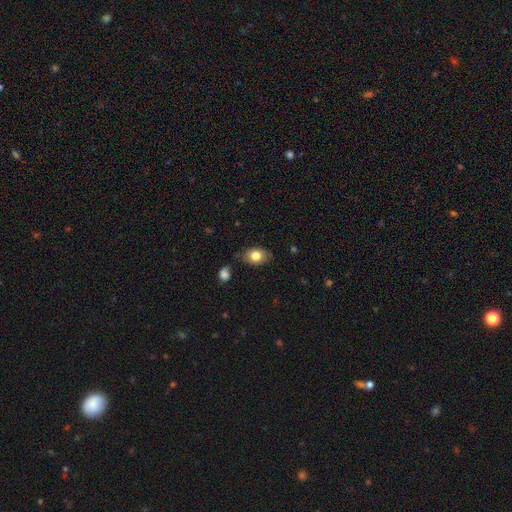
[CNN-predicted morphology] smooth-or-featured: smooth: 79% | featured or disk: 12% | star or artifact: 9%
  how-rounded: in between: 70% | round: 29% | cigar-shaped: 1%
  merging: none: 72% | minor disturbance: 20% | major disturbance: 4% | merger: 4%